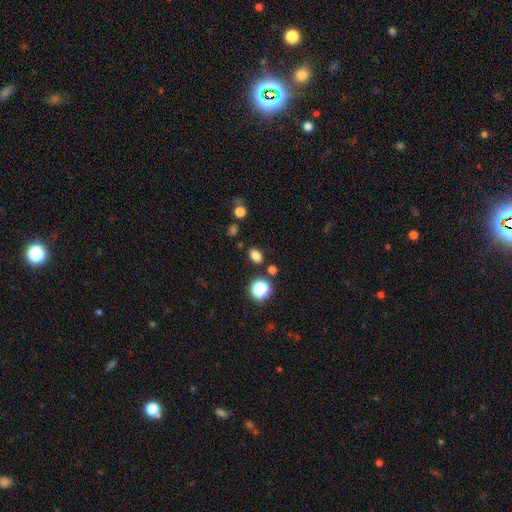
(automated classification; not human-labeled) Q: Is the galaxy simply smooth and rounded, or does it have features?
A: smooth — 79%.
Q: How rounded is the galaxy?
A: in between — 75%.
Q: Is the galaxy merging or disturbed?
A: none — 83%.